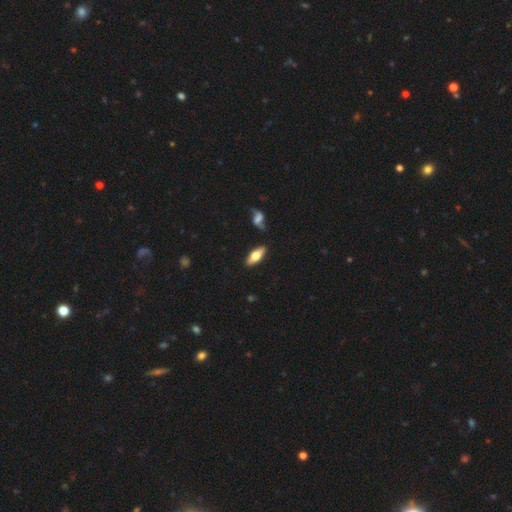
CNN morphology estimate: smooth_or_featured: smooth (p=0.60) [alt: featured or disk p=0.34]
how_rounded: in between (p=0.74) [alt: cigar-shaped p=0.23]
merging: none (p=0.84) [alt: minor disturbance p=0.10]